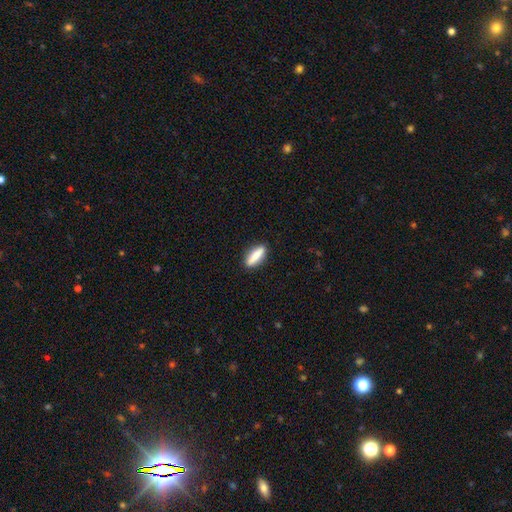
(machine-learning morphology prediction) Smooth or featured? smooth (79%)
How rounded? cigar-shaped (57%)
Merging? none (89%)